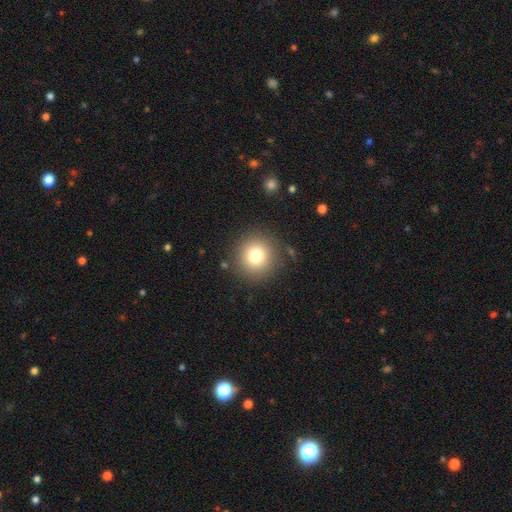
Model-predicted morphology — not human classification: Smooth or featured?
  - smooth: 78% *
  - star or artifact: 12%
  - featured or disk: 10%
How rounded?
  - round: 94% *
  - in between: 5%
  - cigar-shaped: 1%
Merging?
  - none: 88% *
  - minor disturbance: 7%
  - major disturbance: 3%
  - merger: 2%